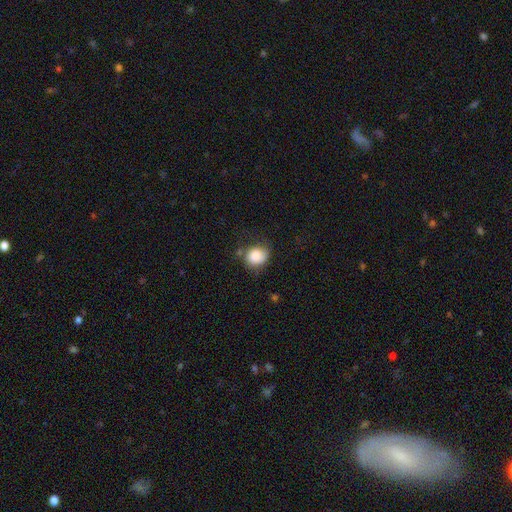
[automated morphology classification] Smooth or featured: smooth — 84% (star or artifact — 9%)
How rounded: round — 72% (in between — 27%)
Merging: none — 64% (minor disturbance — 24%)